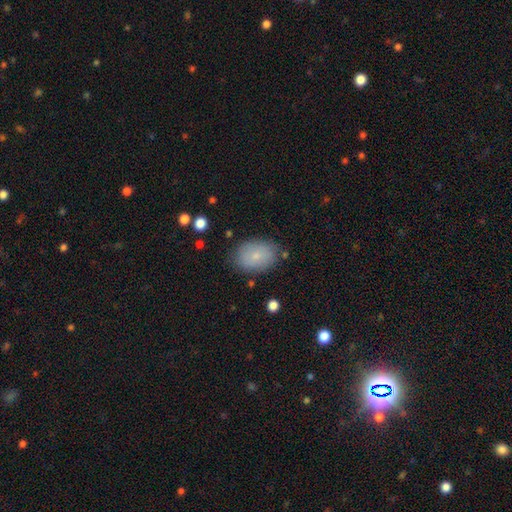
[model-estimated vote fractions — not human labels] The model was most divided on "how rounded": in between: 81%, round: 18%, cigar-shaped: 1%. More confident: merging — none (80%); smooth or featured — smooth (79%).